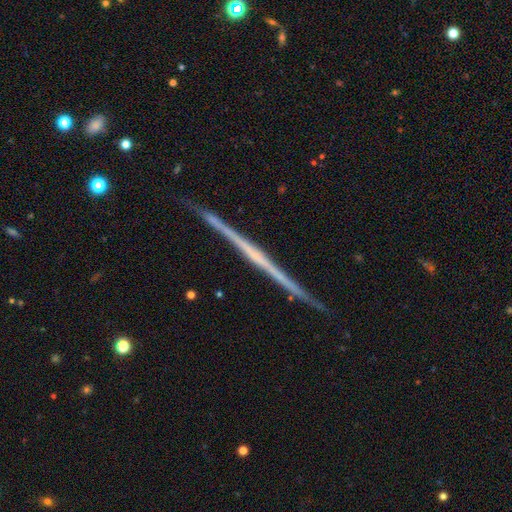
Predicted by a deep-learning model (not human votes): smooth-or-featured: featured or disk: 76% | smooth: 18% | star or artifact: 6%
  disk-edge-on: yes: 98% | no: 2%
    edge-on-bulge: none: 80% | rounded: 14% | boxy: 6%
  merging: none: 90% | minor disturbance: 7% | major disturbance: 1% | merger: 1%